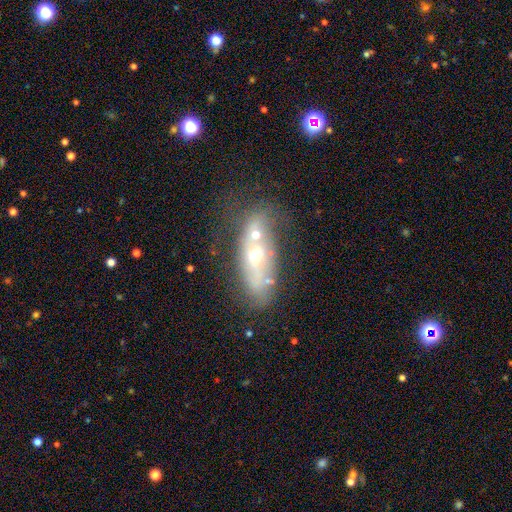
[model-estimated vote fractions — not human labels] A featured or disk galaxy (55%).

Vote fractions:
- Smooth or featured? featured or disk: 55% / smooth: 34% / star or artifact: 10%
- Edge-on disk? no: 78% / yes: 22%
- Merging? none: 35% (tied) / merger: 35% (tied) / minor disturbance: 17% / major disturbance: 14%